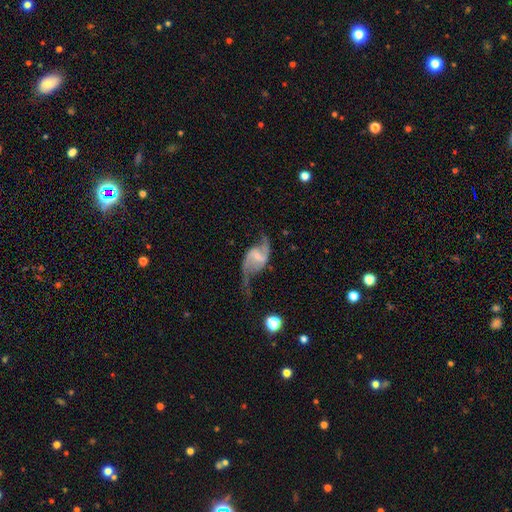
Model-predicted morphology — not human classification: Q: Smooth or featured?
A: featured or disk (87%); runner-up: smooth (7%)
Q: Edge-on disk?
A: no (98%); runner-up: yes (2%)
Q: Bar?
A: weak (51%); runner-up: strong (30%)
Q: Spiral arms?
A: yes (95%); runner-up: no (5%)
Q: Spiral winding?
A: loose (78%); runner-up: medium (18%)
Q: Spiral arm count?
A: 2 (93%); runner-up: 1 (2%)
Q: Bulge size?
A: small (48%); runner-up: none (25%)
Q: Merging?
A: none (60%); runner-up: major disturbance (18%)